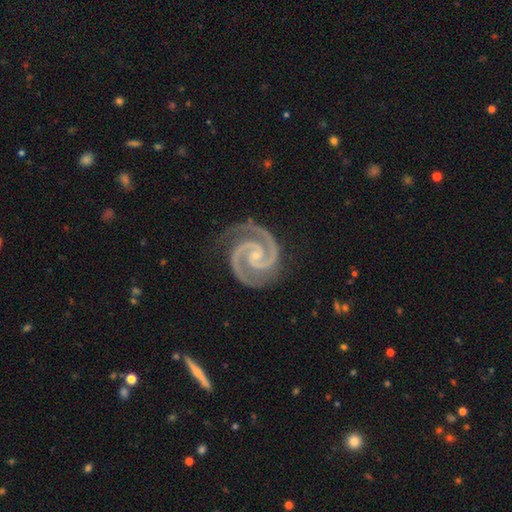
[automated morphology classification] This is clearly a featured or disk galaxy (95%). It is clearly not viewed edge-on (99%). Bar: possibly no (57%). Spiral arm pattern: clearly yes (99%). Spiral arm count: clearly 2 (94%). Spiral winding: likely tight (62%). Central bulge: likely small (75%). Merging: clearly none (81%).